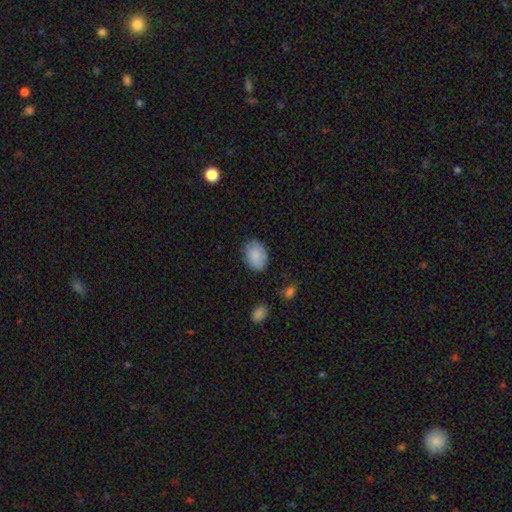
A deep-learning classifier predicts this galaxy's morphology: smooth-or-featured: smooth: 87% | star or artifact: 7% | featured or disk: 6%
  how-rounded: in between: 77% | round: 22% | cigar-shaped: 1%
  merging: none: 81% | minor disturbance: 15% | major disturbance: 3% | merger: 1%